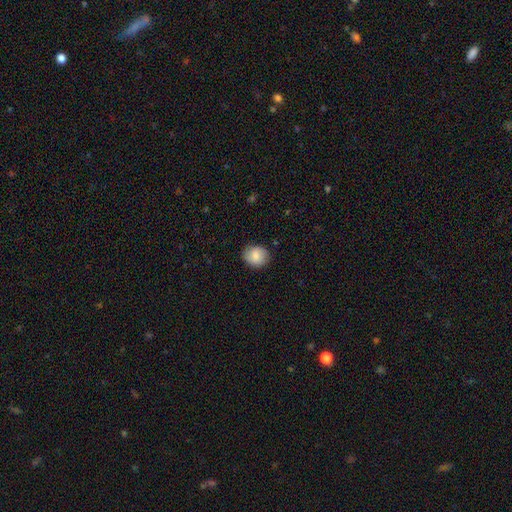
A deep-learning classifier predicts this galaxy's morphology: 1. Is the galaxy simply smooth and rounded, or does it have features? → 82% smooth, 10% featured or disk, 7% star or artifact.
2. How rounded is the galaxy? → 65% round, 34% in between, 1% cigar-shaped.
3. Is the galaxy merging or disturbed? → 84% none, 12% minor disturbance, 3% major disturbance, 1% merger.